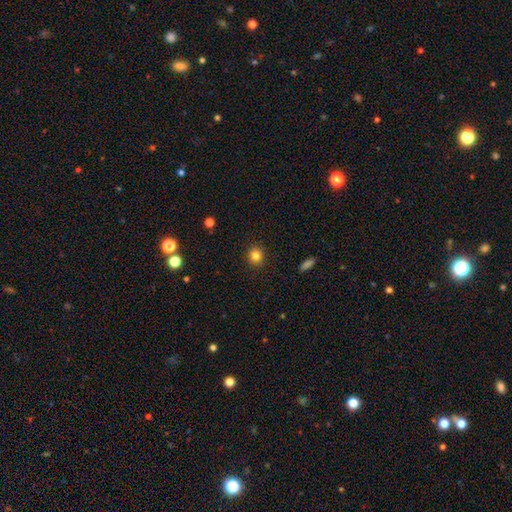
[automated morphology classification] smooth-or-featured: smooth: 82% | star or artifact: 12% | featured or disk: 6%
  how-rounded: round: 85% | in between: 14% | cigar-shaped: 1%
  merging: none: 91% | minor disturbance: 6% | major disturbance: 2% | merger: 1%